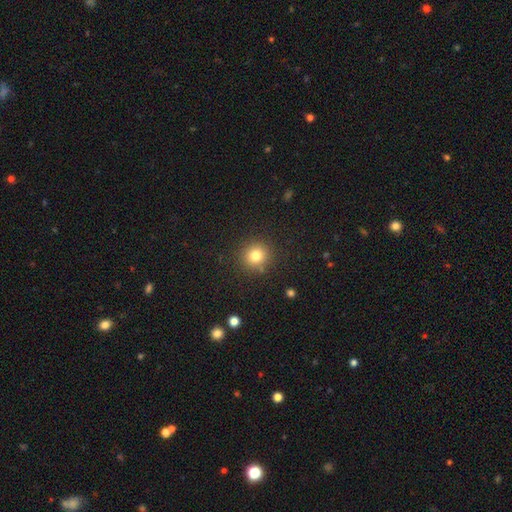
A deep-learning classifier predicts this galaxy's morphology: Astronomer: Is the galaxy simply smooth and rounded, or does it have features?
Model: smooth — 80%.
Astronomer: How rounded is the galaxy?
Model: round — 92%.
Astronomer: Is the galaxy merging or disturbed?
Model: none — 88%.